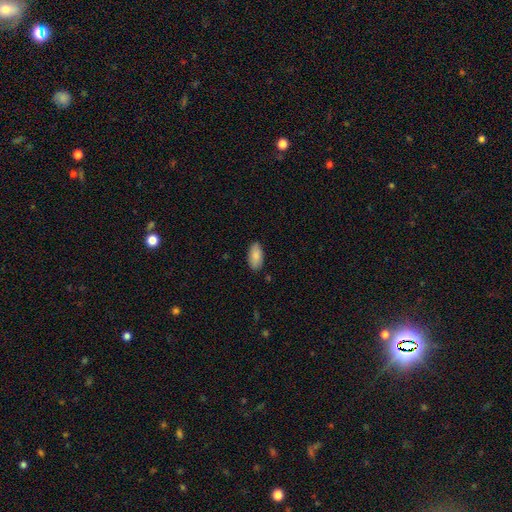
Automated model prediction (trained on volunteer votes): smooth_or_featured: smooth (p=0.87) [alt: featured or disk p=0.07]
how_rounded: in between (p=0.93) [alt: cigar-shaped p=0.05]
merging: none (p=0.86) [alt: minor disturbance p=0.11]